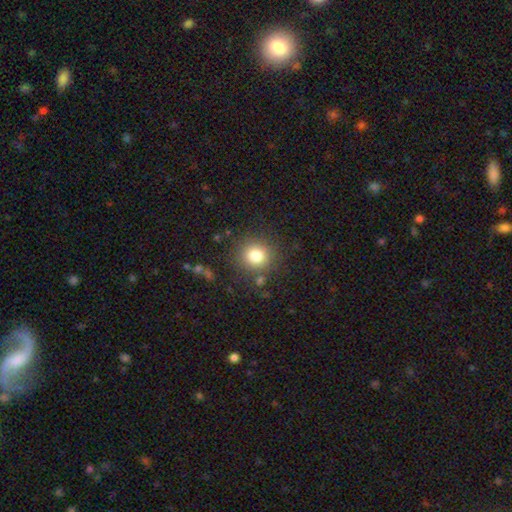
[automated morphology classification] Smooth or featured? Predicted: smooth (p=0.80). How rounded? Predicted: round (p=0.90). Merging? Predicted: none (p=0.84).